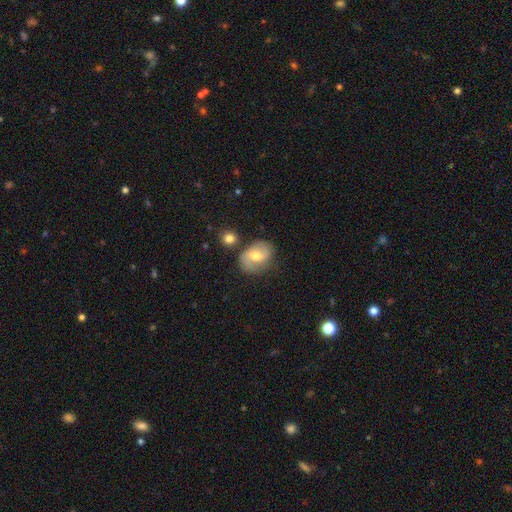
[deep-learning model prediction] Smooth or featured?
  - featured or disk: 49% *
  - smooth: 43%
  - star or artifact: 8%
Merging?
  - none: 68% *
  - minor disturbance: 20%
  - major disturbance: 6%
  - merger: 6%